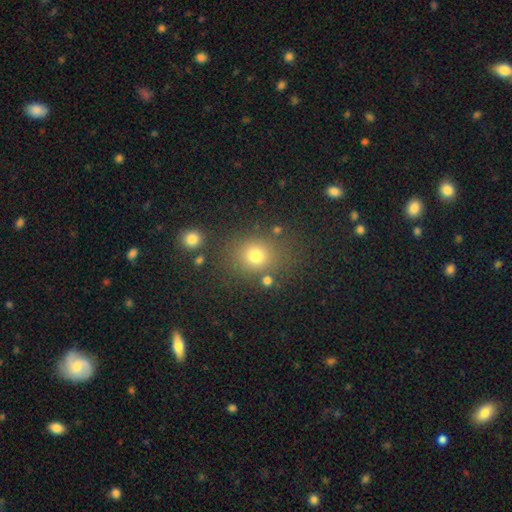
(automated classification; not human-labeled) smooth 75%, star or artifact 16%, featured or disk 9%. Down the decision tree: how rounded — round (72%); merging — none (76%).